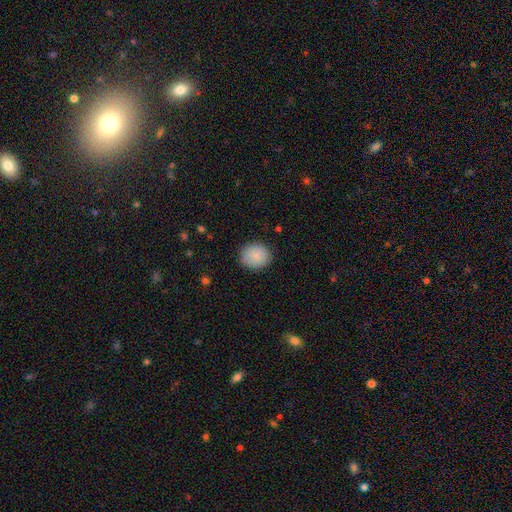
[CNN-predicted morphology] A smooth galaxy with no disk features (87%) that is round (79%).

Vote fractions:
- Smooth or featured? smooth: 87% / star or artifact: 8% / featured or disk: 6%
- How rounded? round: 79% / in between: 20% / cigar-shaped: 1%
- Merging? none: 87% / minor disturbance: 9% / major disturbance: 3% / merger: 1%